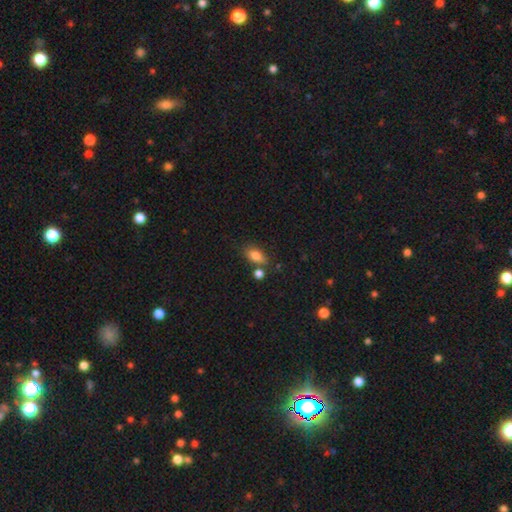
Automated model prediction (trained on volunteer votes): The model was most divided on "merging": none: 66%, minor disturbance: 15%, merger: 14%, major disturbance: 4%. More confident: how rounded — in between (85%); smooth or featured — smooth (82%).